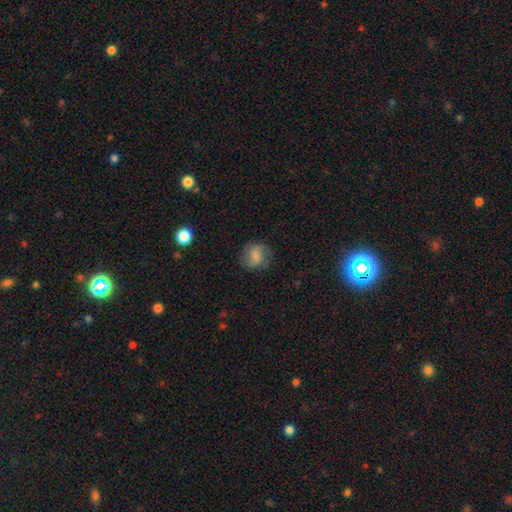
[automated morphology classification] A smooth galaxy with no disk features (62%) that is round (78%).

Vote fractions:
- Smooth or featured? smooth: 62% / featured or disk: 28% / star or artifact: 10%
- How rounded? round: 78% / in between: 21% / cigar-shaped: 1%
- Merging? none: 75% / minor disturbance: 17% / major disturbance: 7% / merger: 1%